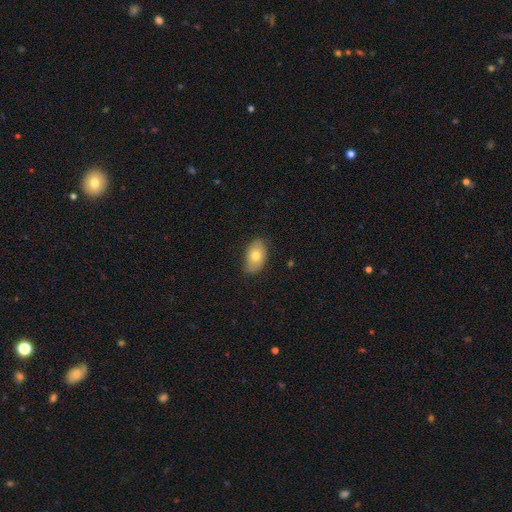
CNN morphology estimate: smooth 76%, featured or disk 17%, star or artifact 7%. Down the decision tree: how rounded — in between (91%); merging — none (81%).